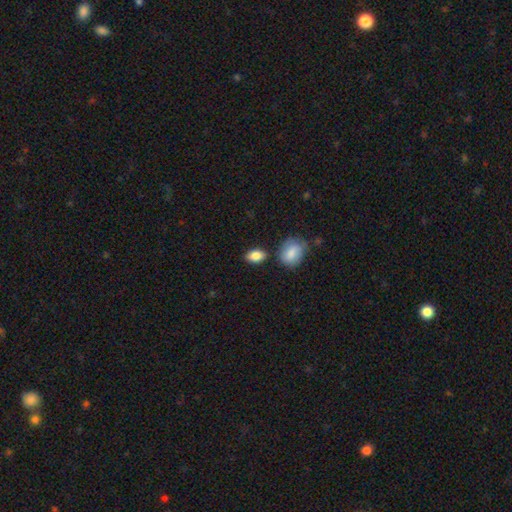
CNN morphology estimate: Smooth or featured?
  - smooth: 86% *
  - star or artifact: 7%
  - featured or disk: 7%
How rounded?
  - in between: 86% *
  - round: 12%
  - cigar-shaped: 2%
Merging?
  - none: 78% *
  - minor disturbance: 12%
  - merger: 7%
  - major disturbance: 3%